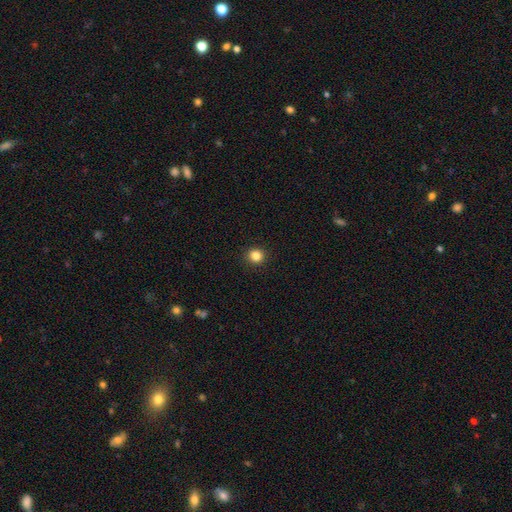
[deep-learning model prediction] Smooth or featured? smooth (84%)
How rounded? round (89%)
Merging? none (92%)